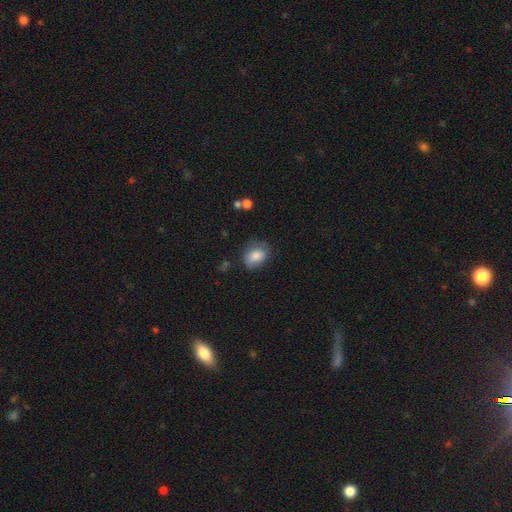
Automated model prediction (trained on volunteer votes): A smooth galaxy with no disk features (80%) that is in between round and cigar-shaped (69%).

Vote fractions:
- Smooth or featured? smooth: 80% / featured or disk: 11% / star or artifact: 8%
- How rounded? in between: 69% / round: 29% / cigar-shaped: 1%
- Merging? none: 64% / minor disturbance: 26% / major disturbance: 8% / merger: 2%